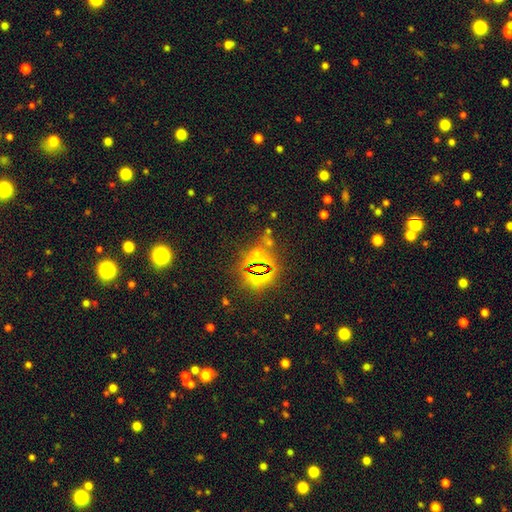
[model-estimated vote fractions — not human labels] A star or artifact, not a galaxy (74%).

Vote fractions:
- Smooth or featured? star or artifact: 74% / smooth: 17% / featured or disk: 9%